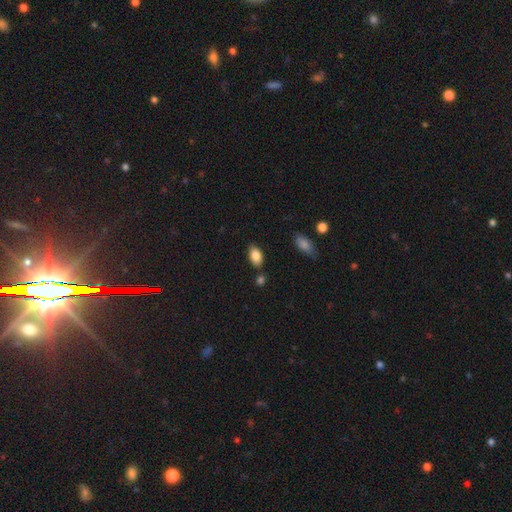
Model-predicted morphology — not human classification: Overall: smooth (85%). How rounded: in between (92%). Merging: none (80%).